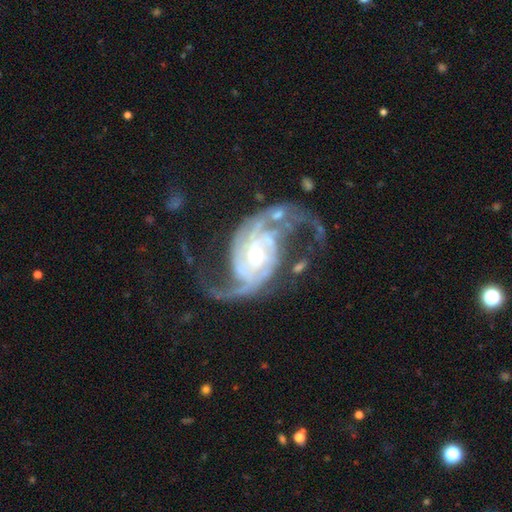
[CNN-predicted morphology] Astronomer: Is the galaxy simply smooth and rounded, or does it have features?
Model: featured or disk — 92%.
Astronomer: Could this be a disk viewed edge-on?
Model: no — 98%.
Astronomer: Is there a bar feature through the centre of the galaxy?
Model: no — 50% (runner-up: weak, 33%).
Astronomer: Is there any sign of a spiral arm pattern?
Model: yes — 98%.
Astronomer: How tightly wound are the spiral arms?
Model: medium — 45% (runner-up: loose, 38%).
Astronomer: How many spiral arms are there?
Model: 2 — 69%.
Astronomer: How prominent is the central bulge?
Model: small — 51% (runner-up: moderate, 44%).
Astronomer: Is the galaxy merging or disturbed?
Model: none — 54%.